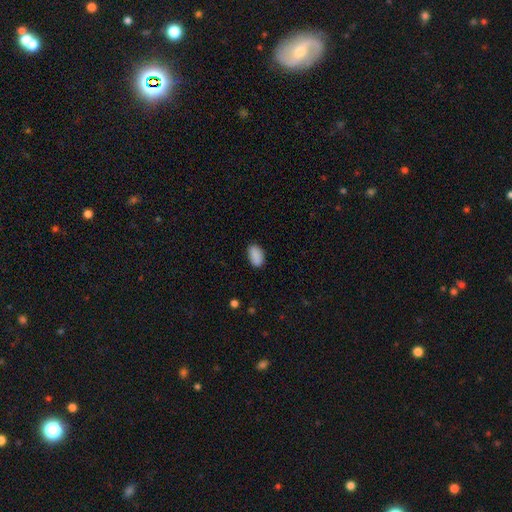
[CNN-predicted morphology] A smooth galaxy with no disk features (88%) that is in between round and cigar-shaped (92%).

Vote fractions:
- Smooth or featured? smooth: 88% / star or artifact: 7% / featured or disk: 5%
- How rounded? in between: 92% / round: 6% / cigar-shaped: 2%
- Merging? none: 82% / minor disturbance: 14% / major disturbance: 3% / merger: 1%